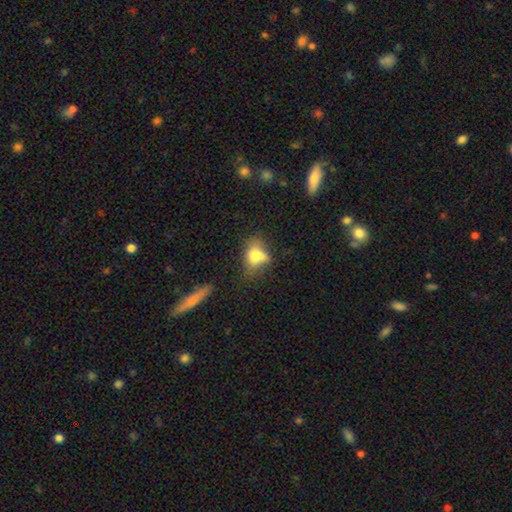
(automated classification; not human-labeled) Overall: smooth (65%). How rounded: in between (71%). Merging: none (34%; merger 26%).